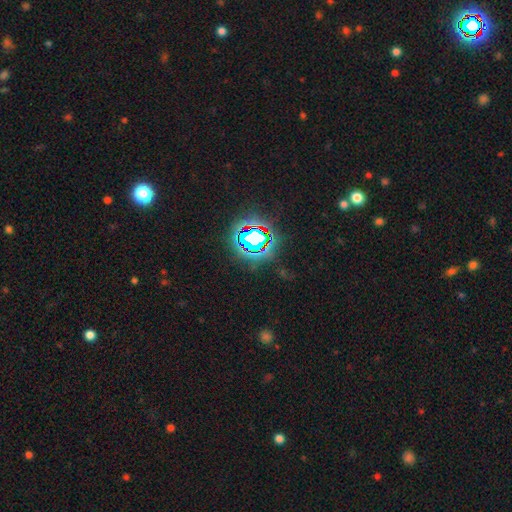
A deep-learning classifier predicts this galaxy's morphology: smooth-or-featured: star or artifact: 83% | smooth: 10% | featured or disk: 7%